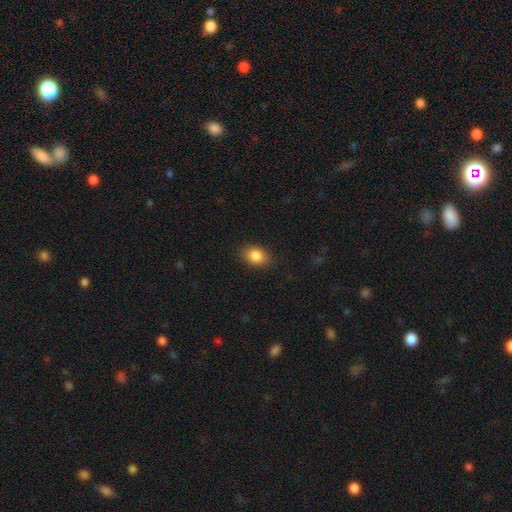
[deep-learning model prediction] The model was most divided on "how rounded": in between: 75%, round: 24%, cigar-shaped: 1%. More confident: smooth or featured — smooth (86%); merging — none (85%).